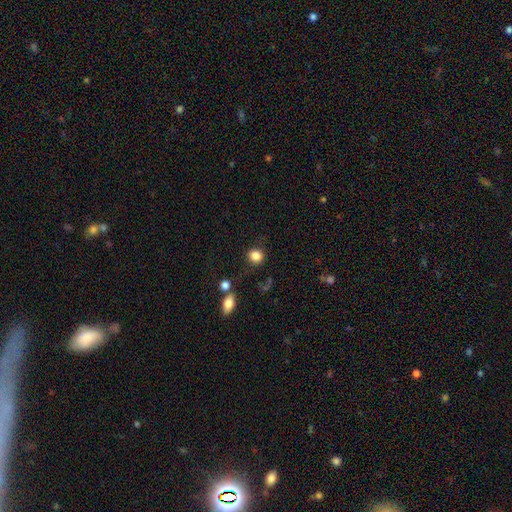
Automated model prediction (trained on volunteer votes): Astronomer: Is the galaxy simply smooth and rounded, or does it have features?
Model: smooth — 85%.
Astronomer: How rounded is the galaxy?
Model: round — 77%.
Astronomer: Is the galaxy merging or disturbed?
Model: none — 79%.